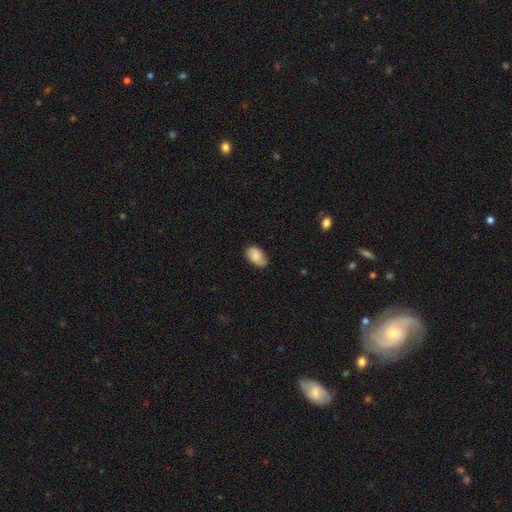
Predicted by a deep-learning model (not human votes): smooth-or-featured: smooth: 82% | featured or disk: 11% | star or artifact: 7%
  how-rounded: in between: 91% | round: 7% | cigar-shaped: 1%
  merging: none: 72% | minor disturbance: 24% | major disturbance: 4% | merger: 1%